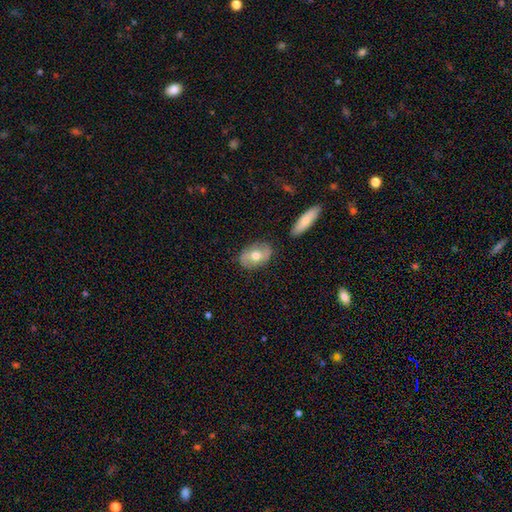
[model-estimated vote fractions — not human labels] Overall: smooth (59%; featured or disk 35%). How rounded: in between (83%). Merging: none (80%).